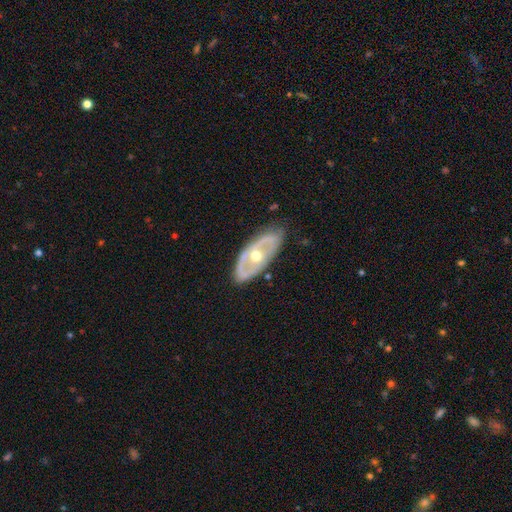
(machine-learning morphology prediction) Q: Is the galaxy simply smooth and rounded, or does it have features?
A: featured or disk — 72%.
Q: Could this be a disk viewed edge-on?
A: no — 85%.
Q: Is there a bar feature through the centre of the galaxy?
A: no — 82%.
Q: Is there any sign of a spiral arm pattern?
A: no — 68%.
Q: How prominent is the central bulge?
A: moderate — 75%.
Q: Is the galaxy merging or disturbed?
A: none — 78%.